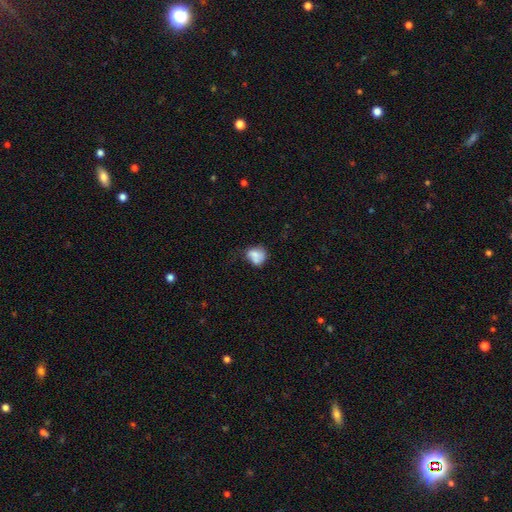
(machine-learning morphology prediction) smooth_or_featured: smooth (p=0.71) [alt: featured or disk p=0.19]
how_rounded: round (p=0.54) [alt: in between p=0.45]
merging: none (p=0.32) [alt: minor disturbance p=0.27]